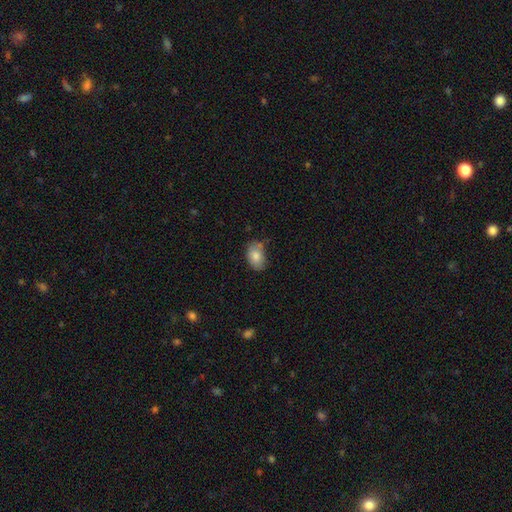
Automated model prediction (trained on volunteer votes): Smooth or featured?
  - smooth: 82% *
  - featured or disk: 11%
  - star or artifact: 7%
How rounded?
  - in between: 86% *
  - round: 13%
  - cigar-shaped: 1%
Merging?
  - none: 67% *
  - minor disturbance: 23%
  - merger: 5%
  - major disturbance: 4%